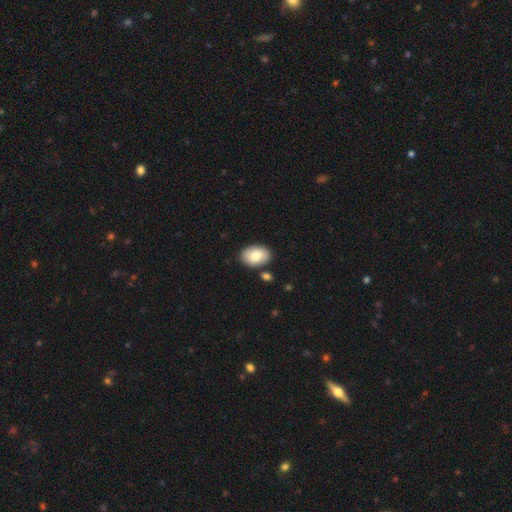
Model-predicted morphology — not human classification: The model was most divided on "smooth or featured": smooth: 83%, featured or disk: 11%, star or artifact: 6%. More confident: how rounded — in between (89%); merging — none (84%).